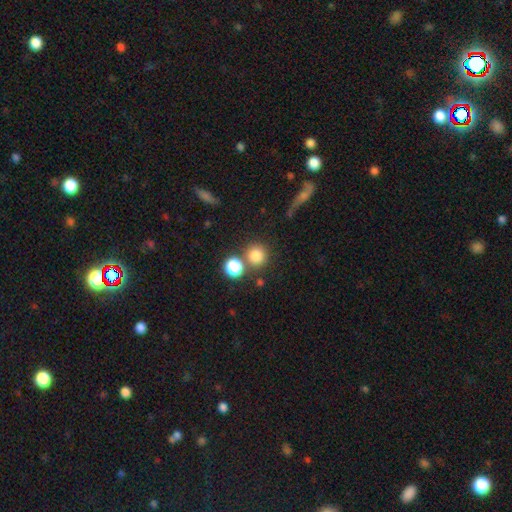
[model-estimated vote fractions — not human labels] A smooth galaxy with no disk features (79%) that is round (91%).

Vote fractions:
- Smooth or featured? smooth: 79% / star or artifact: 14% / featured or disk: 7%
- How rounded? round: 91% / in between: 8% / cigar-shaped: 1%
- Merging? none: 72% / merger: 15% / minor disturbance: 8% / major disturbance: 4%